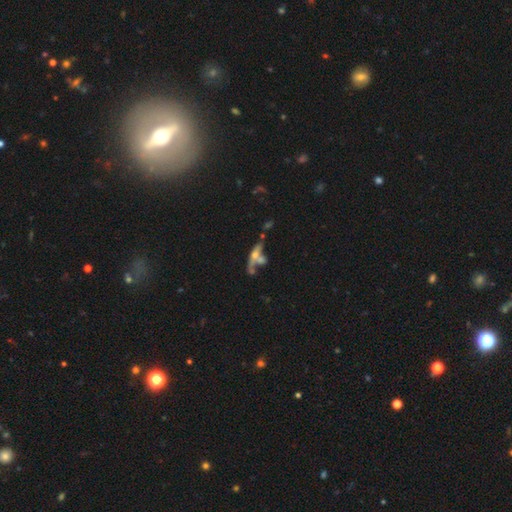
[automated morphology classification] featured or disk 54%, smooth 35%, star or artifact 11%. Down the decision tree: edge-on disk — yes (58%); merging — merger (39%).